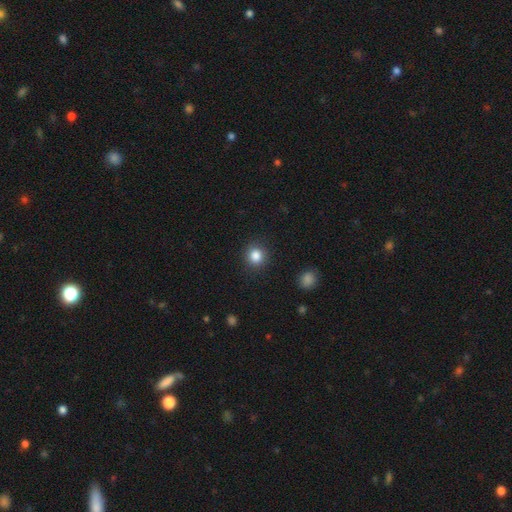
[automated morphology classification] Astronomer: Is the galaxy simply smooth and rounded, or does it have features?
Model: smooth — 85%.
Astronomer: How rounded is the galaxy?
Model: round — 87%.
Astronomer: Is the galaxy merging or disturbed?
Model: none — 89%.